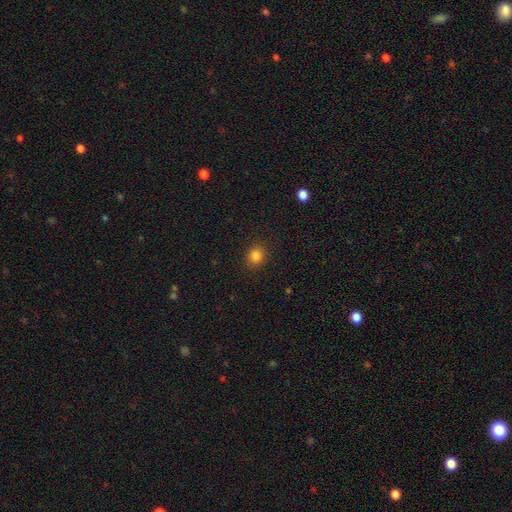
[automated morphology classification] This appears to be a smooth galaxy with no disk features (84%) that is round (77%). Merging: none (90%).